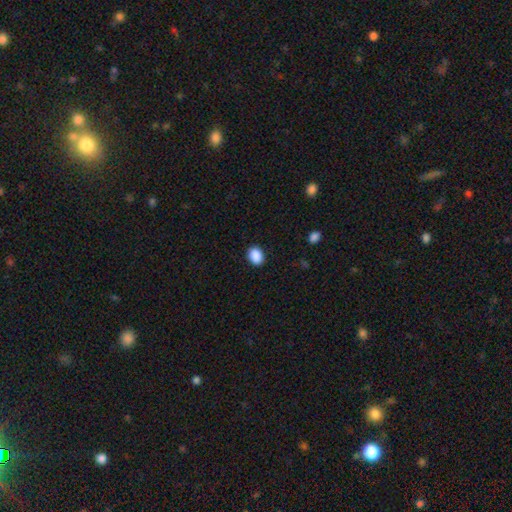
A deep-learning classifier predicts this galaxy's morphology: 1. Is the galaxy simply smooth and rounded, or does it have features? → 90% smooth, 8% star or artifact, 2% featured or disk.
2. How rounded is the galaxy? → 65% in between, 34% round, 1% cigar-shaped.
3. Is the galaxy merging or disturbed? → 89% none, 8% minor disturbance, 2% major disturbance, 1% merger.